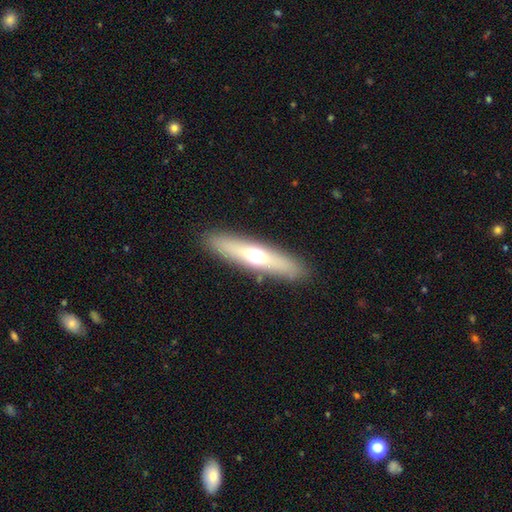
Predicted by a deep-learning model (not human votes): A smooth galaxy with no disk features (51%) that is cigar-shaped (72%).

Vote fractions:
- Smooth or featured? smooth: 51% / featured or disk: 41% / star or artifact: 7%
- How rounded? cigar-shaped: 72% / in between: 26% / round: 2%
- Merging? none: 88% / minor disturbance: 8% / major disturbance: 3% / merger: 1%